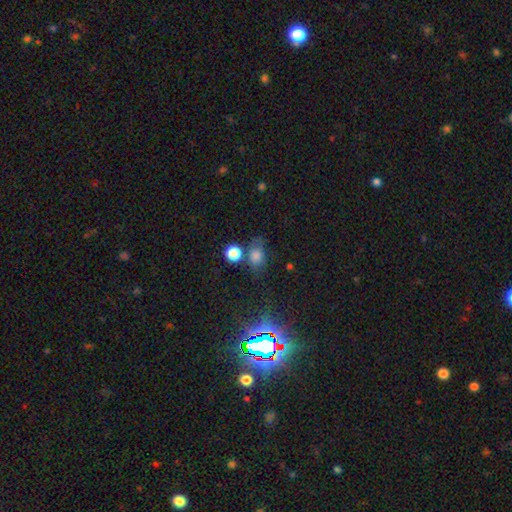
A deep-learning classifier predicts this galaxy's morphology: Q: Smooth or featured?
A: smooth (71%); runner-up: star or artifact (20%)
Q: How rounded?
A: in between (55%); runner-up: round (42%)
Q: Merging?
A: none (56%); runner-up: minor disturbance (20%)